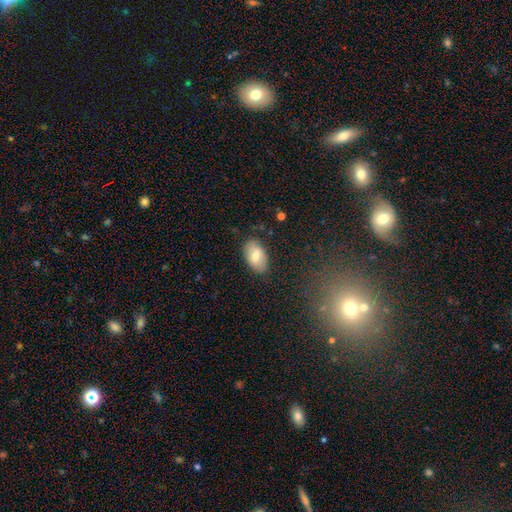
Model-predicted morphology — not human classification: smooth-or-featured: smooth: 67% | featured or disk: 25% | star or artifact: 7%
  how-rounded: in between: 93% | round: 5% | cigar-shaped: 2%
  merging: none: 81% | minor disturbance: 14% | major disturbance: 3% | merger: 1%